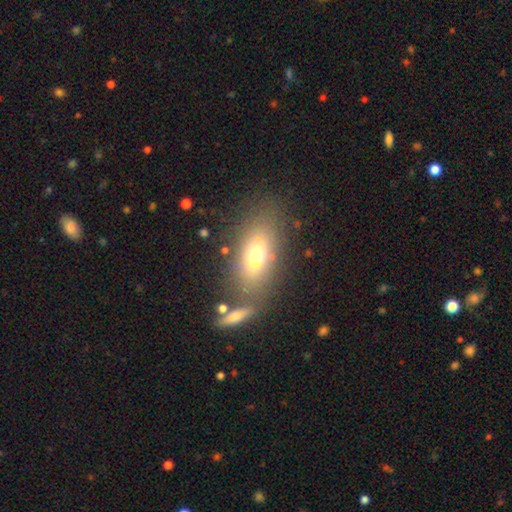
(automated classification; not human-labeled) This is likely a smooth galaxy (67%). How rounded: clearly in between (82%). Merging: likely none (67%).